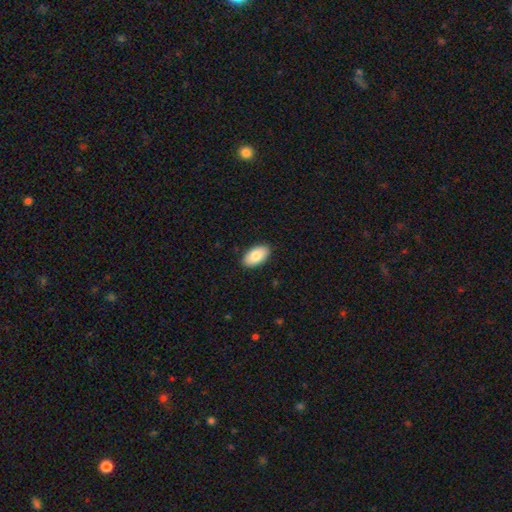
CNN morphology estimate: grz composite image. It shows a smooth galaxy with no disk features (83%) that is in between round and cigar-shaped (95%). Merging: none (89%).